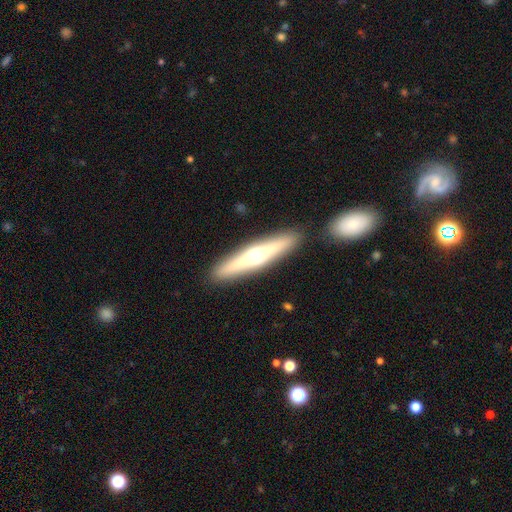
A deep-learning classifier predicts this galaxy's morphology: Smooth or featured? Predicted: featured or disk (p=0.59). Edge-on disk? Predicted: yes (p=0.93). Edge-on bulge? Predicted: rounded (p=0.91). Merging? Predicted: none (p=0.85).